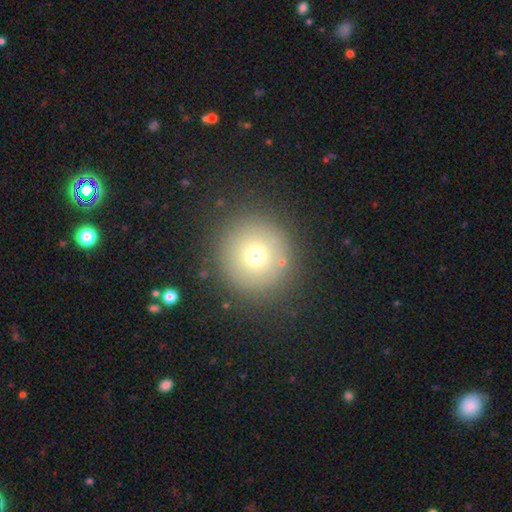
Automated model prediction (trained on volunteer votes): Smooth or featured? Predicted: smooth (p=0.68). How rounded? Predicted: round (p=0.94). Merging? Predicted: none (p=0.86).